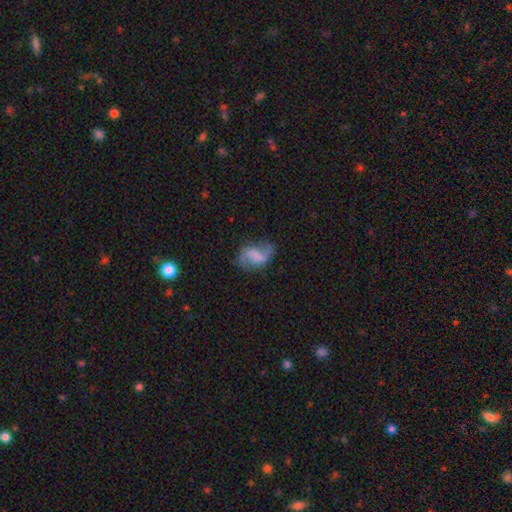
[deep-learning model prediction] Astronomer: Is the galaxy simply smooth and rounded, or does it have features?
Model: featured or disk — 69%.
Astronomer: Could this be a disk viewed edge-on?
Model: no — 97%.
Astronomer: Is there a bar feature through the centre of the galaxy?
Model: weak — 43% (runner-up: strong, 34%).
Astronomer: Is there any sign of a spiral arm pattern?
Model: yes — 88%.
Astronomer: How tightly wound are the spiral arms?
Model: loose — 71%.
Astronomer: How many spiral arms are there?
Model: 2 — 88%.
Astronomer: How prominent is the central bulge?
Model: none — 62%.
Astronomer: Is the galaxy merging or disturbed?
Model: none — 67%.